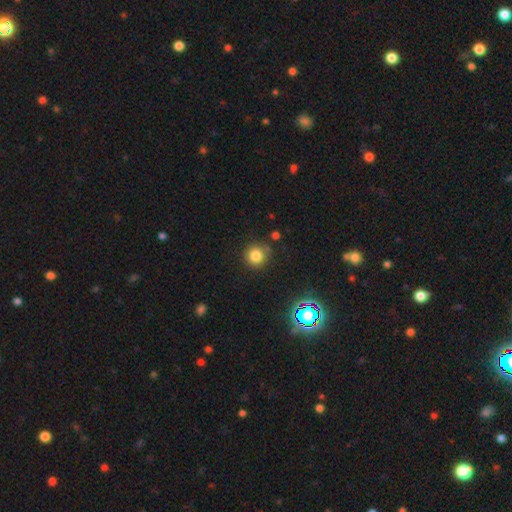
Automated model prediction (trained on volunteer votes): Smooth or featured? smooth (81%)
How rounded? round (91%)
Merging? none (80%)